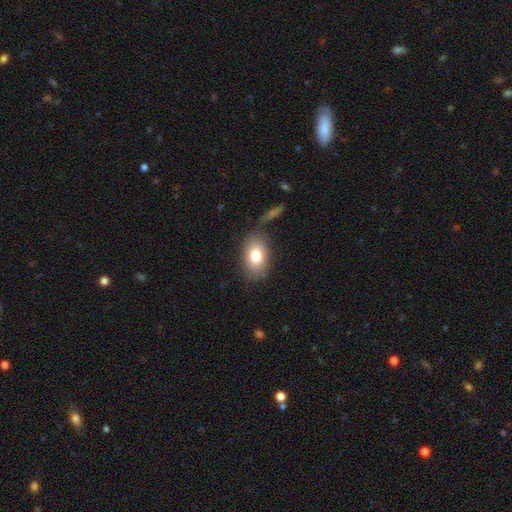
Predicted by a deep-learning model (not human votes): Smooth or featured? smooth (79%)
How rounded? in between (87%)
Merging? none (74%)